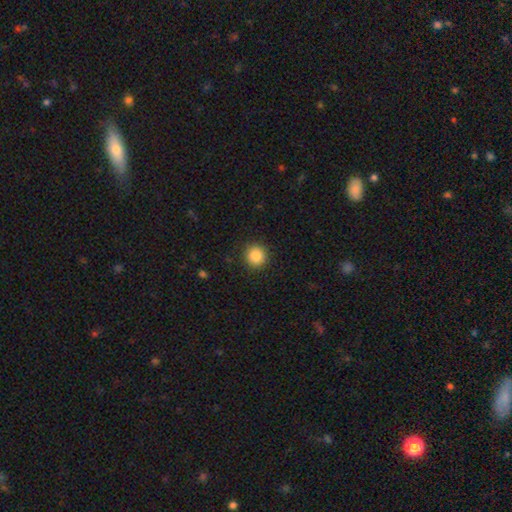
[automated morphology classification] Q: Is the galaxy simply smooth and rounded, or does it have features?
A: smooth — 86%.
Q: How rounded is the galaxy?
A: round — 93%.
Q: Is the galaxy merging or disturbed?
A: none — 91%.